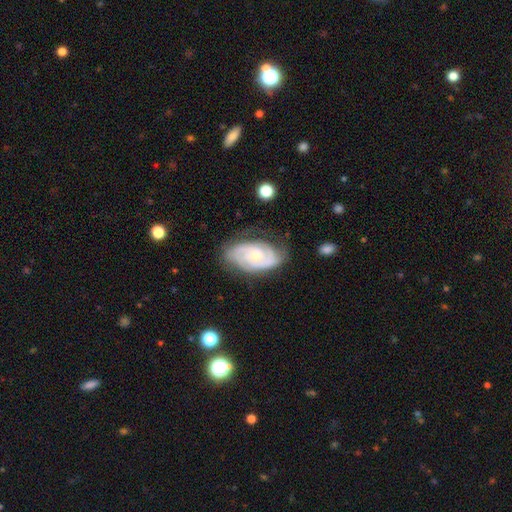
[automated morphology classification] smooth-or-featured: featured or disk: 85% | smooth: 10% | star or artifact: 5%
  disk-edge-on: no: 96% | yes: 4%
    bar: no: 70% | weak: 25% | strong: 5%
    has-spiral-arms: yes: 97% | no: 3%
      spiral-winding: tight: 65% | medium: 29% | loose: 5%
      spiral-arm-count: 2: 55% | 3: 19% | can't tell: 16% | 4: 4% | 1: 3% | more than 4: 3%
    bulge-size: small: 65% | moderate: 31% | none: 2% | large: 1% | dominant: 1%
  merging: none: 71% | minor disturbance: 21% | major disturbance: 6% | merger: 2%